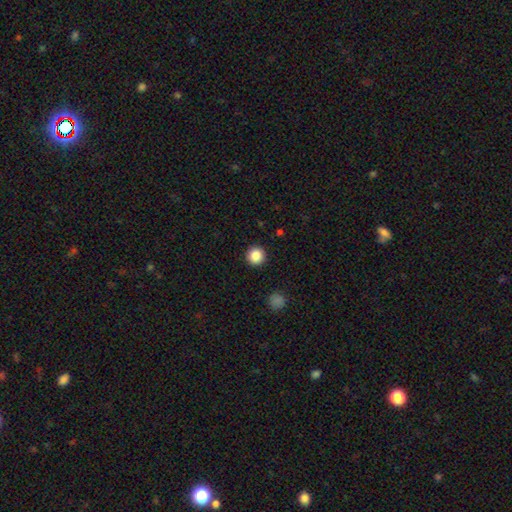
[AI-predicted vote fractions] Smooth or featured: smooth — 86% (star or artifact — 10%)
How rounded: round — 96% (in between — 3%)
Merging: none — 93% (minor disturbance — 4%)